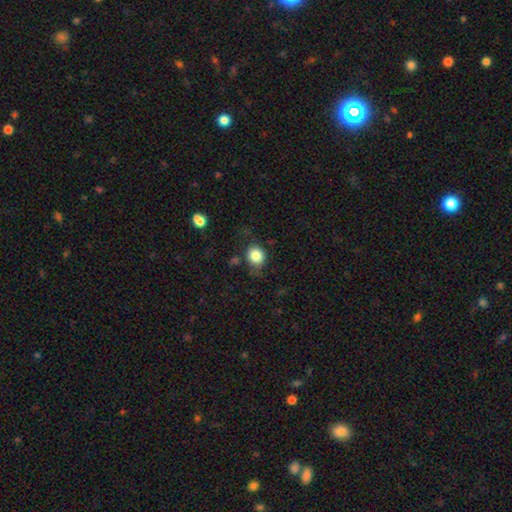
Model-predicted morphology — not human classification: Overall: smooth (83%). How rounded: round (69%; in between 30%). Merging: none (69%).